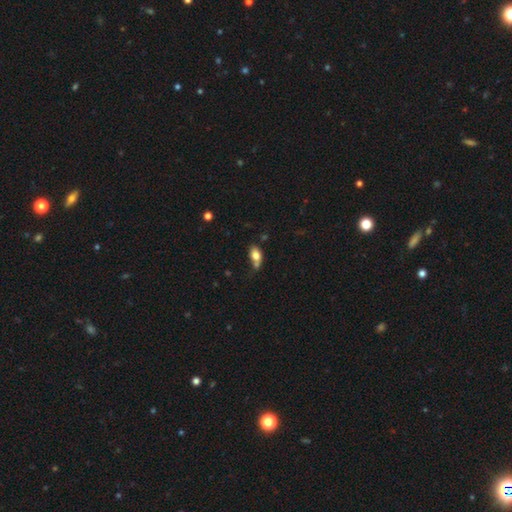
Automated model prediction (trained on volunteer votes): smooth_or_featured: smooth (p=0.78) [alt: featured or disk p=0.13]
how_rounded: in between (p=0.83) [alt: round p=0.14]
merging: none (p=0.43) [alt: merger p=0.26]